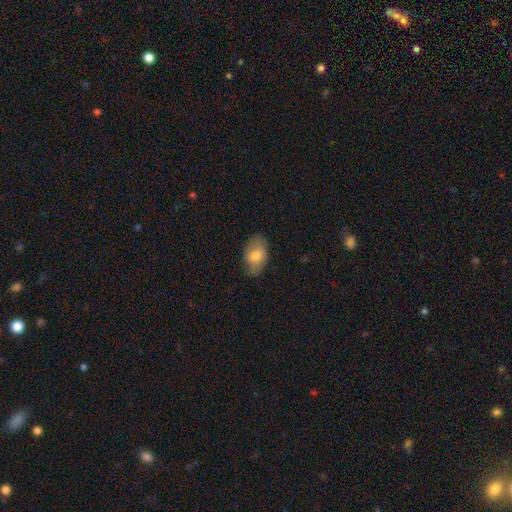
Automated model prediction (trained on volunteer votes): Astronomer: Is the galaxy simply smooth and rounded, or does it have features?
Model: smooth — 72%.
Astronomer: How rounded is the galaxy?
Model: in between — 91%.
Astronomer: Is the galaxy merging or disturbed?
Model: none — 76%.